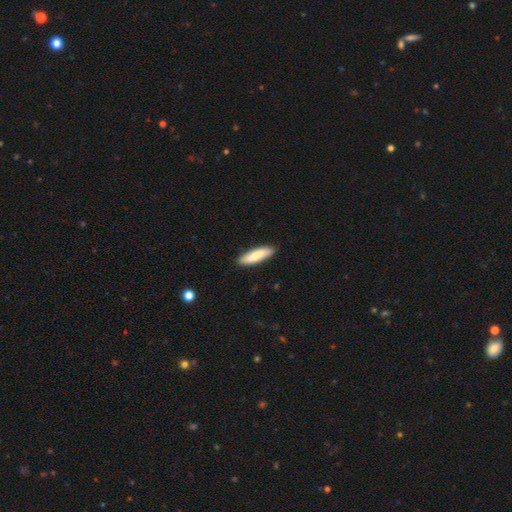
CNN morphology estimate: This appears to be a smooth galaxy with no disk features (83%) that is cigar-shaped (68%). Merging: none (89%).